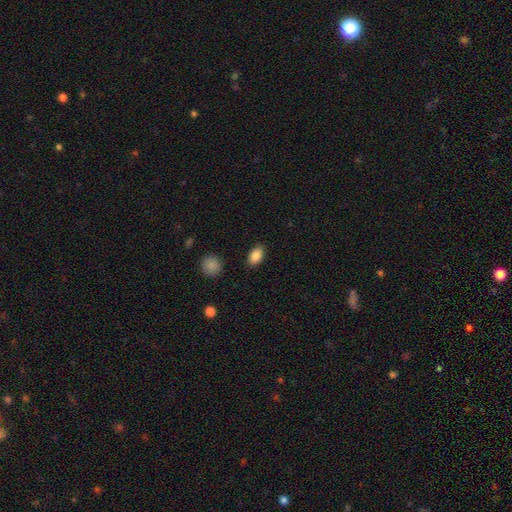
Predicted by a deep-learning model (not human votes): Morphology: type=smooth (87%); roundness=in between (89%); merging=none (87%).